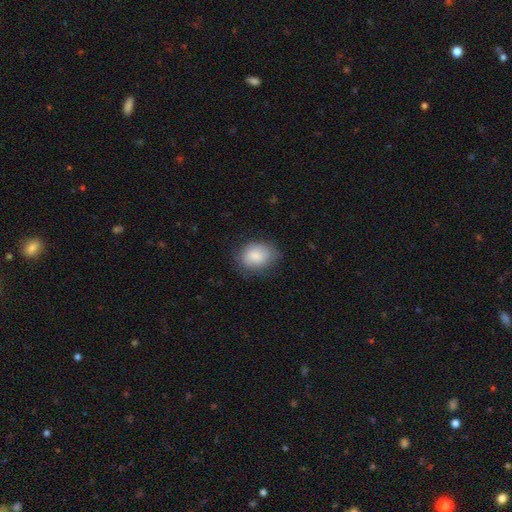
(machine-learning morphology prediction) This appears to be a smooth galaxy with no disk features (79%) that is in between round and cigar-shaped (58%). Merging: none (71%).